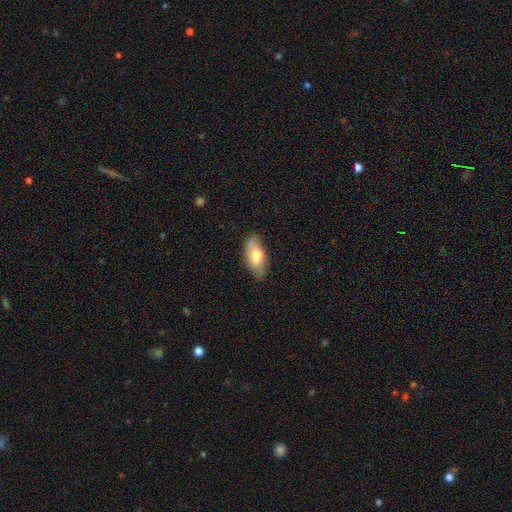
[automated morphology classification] The model was most divided on "smooth or featured": smooth: 72%, featured or disk: 22%, star or artifact: 6%. More confident: how rounded — in between (86%); merging — none (81%).